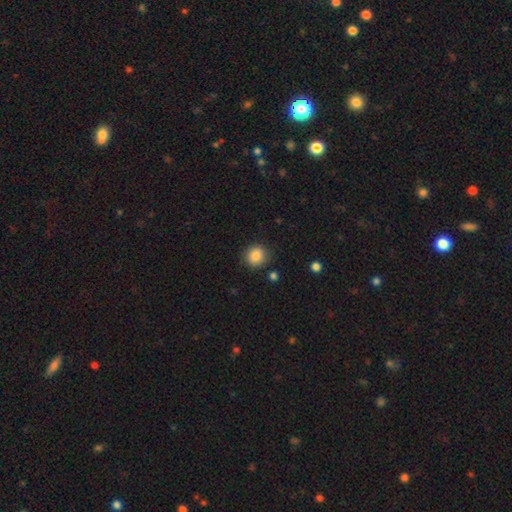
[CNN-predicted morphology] smooth_or_featured: smooth (p=0.86) [alt: star or artifact p=0.09]
how_rounded: round (p=0.87) [alt: in between p=0.12]
merging: none (p=0.87) [alt: minor disturbance p=0.09]